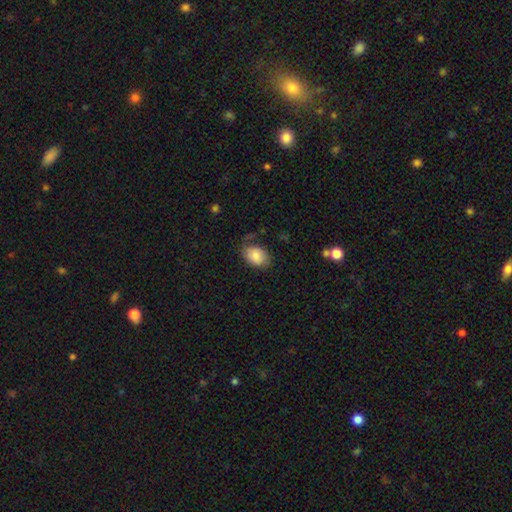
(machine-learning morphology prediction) Q: Smooth or featured?
A: smooth (77%); runner-up: featured or disk (16%)
Q: How rounded?
A: in between (78%); runner-up: round (21%)
Q: Merging?
A: none (54%); runner-up: minor disturbance (28%)